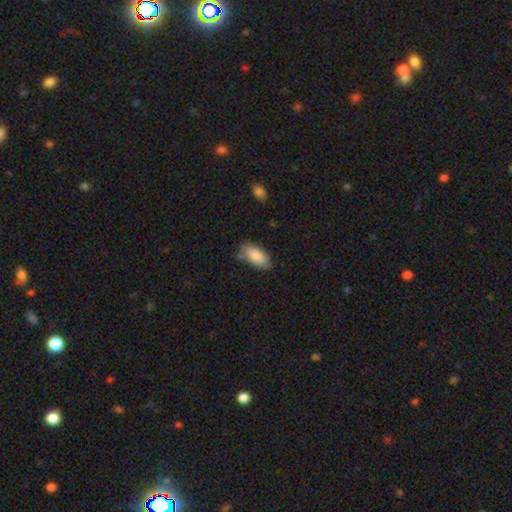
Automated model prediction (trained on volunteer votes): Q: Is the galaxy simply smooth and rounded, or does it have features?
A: smooth — 86%.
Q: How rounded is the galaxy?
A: in between — 91%.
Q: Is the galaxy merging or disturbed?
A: none — 73%.